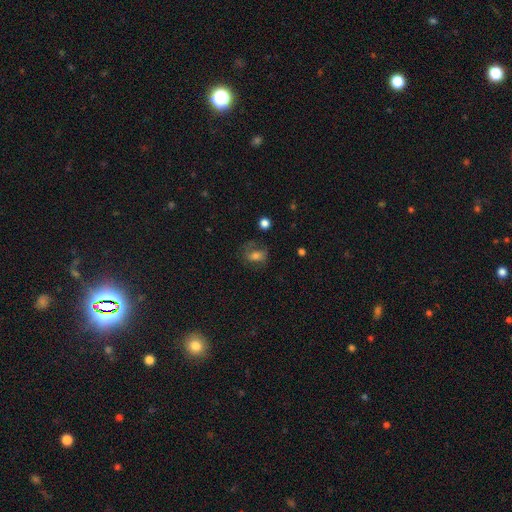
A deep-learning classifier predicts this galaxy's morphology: smooth 50%, featured or disk 37%, star or artifact 12%. Down the decision tree: how rounded — in between (60%); merging — none (55%).